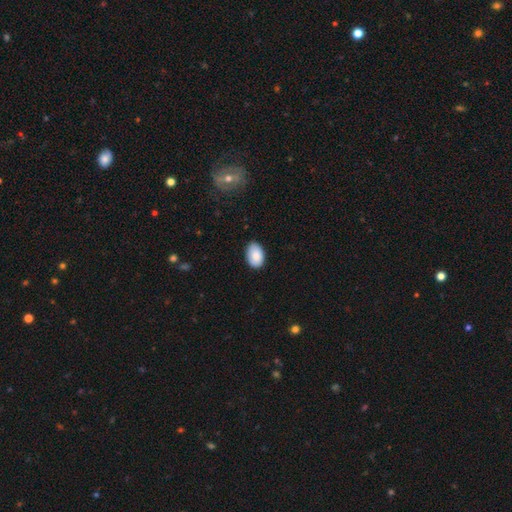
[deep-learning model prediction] A smooth galaxy with no disk features (87%) that is in between round and cigar-shaped (89%). Merging: none (81%).